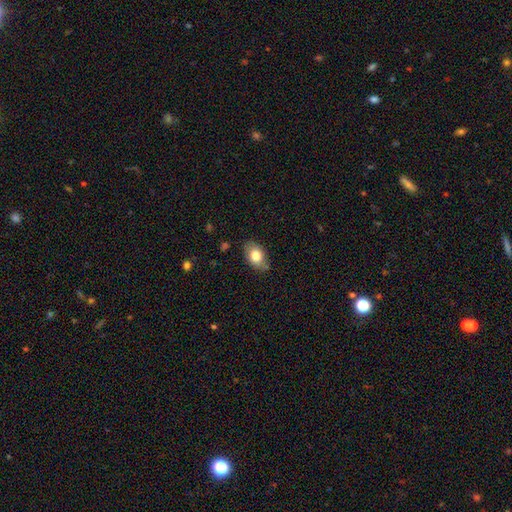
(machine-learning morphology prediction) smooth 79%, featured or disk 14%, star or artifact 7%. Down the decision tree: how rounded — in between (87%); merging — none (78%).